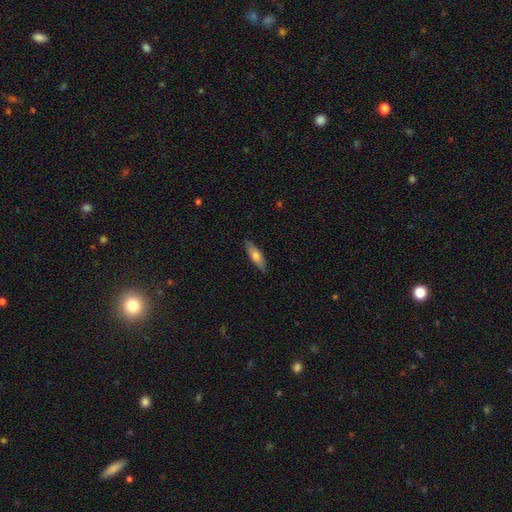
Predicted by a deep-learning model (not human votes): Smooth or featured? Predicted: smooth (p=0.68). How rounded? Predicted: cigar-shaped (p=0.56). Merging? Predicted: none (p=0.88).